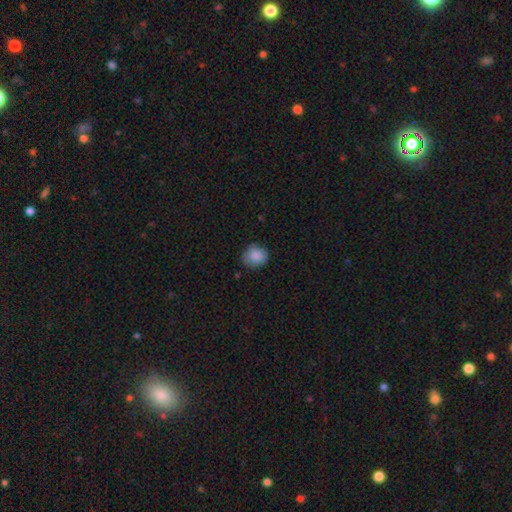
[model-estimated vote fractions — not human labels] The model was most divided on "how rounded": round: 75%, in between: 24%, cigar-shaped: 1%. More confident: smooth or featured — smooth (86%); merging — none (78%).